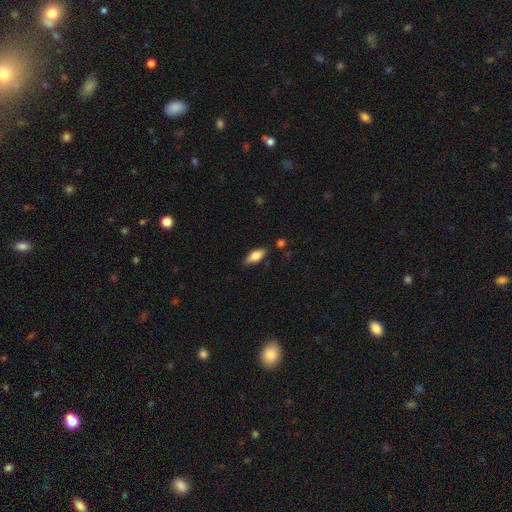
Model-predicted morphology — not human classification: Q: Smooth or featured?
A: smooth (78%); runner-up: featured or disk (16%)
Q: How rounded?
A: in between (80%); runner-up: cigar-shaped (18%)
Q: Merging?
A: none (81%); runner-up: minor disturbance (14%)